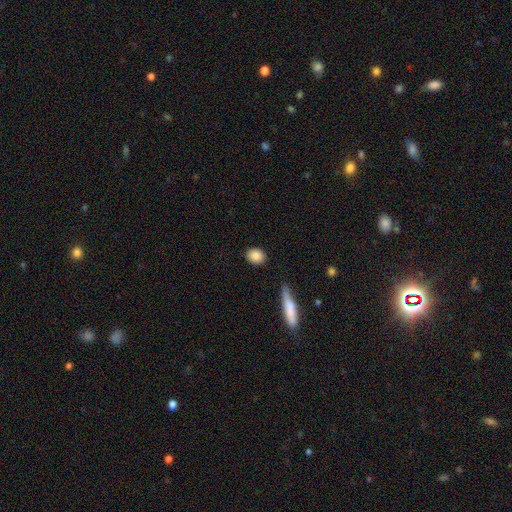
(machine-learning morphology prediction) Smooth or featured? Predicted: smooth (p=0.87). How rounded? Predicted: round (p=0.55). Merging? Predicted: none (p=0.87).